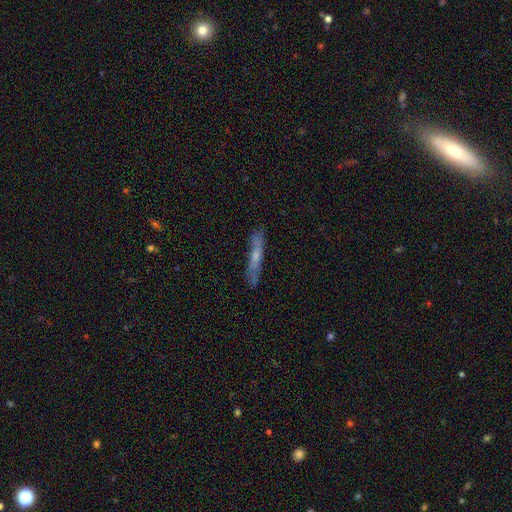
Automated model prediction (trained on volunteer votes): Smooth or featured? featured or disk (47%)
Merging? none (81%)